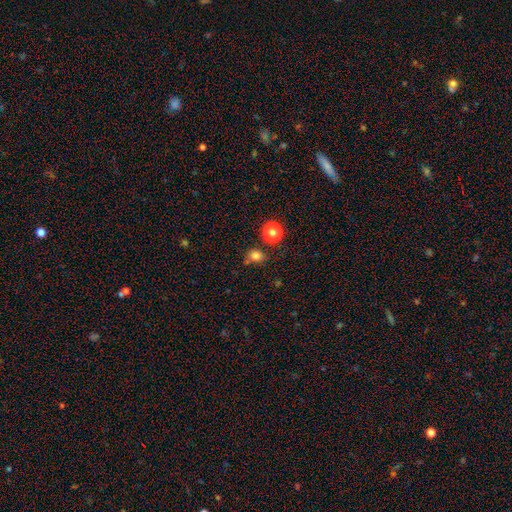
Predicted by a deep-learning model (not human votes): Morphology: type=smooth (79%); roundness=round (67%); merging=none (69%).